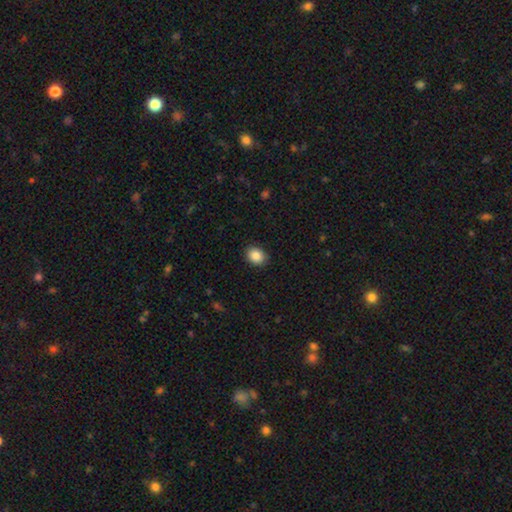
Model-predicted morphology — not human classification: Smooth or featured: smooth — 87% (star or artifact — 8%)
How rounded: in between — 51% (round — 48%)
Merging: none — 89% (minor disturbance — 8%)